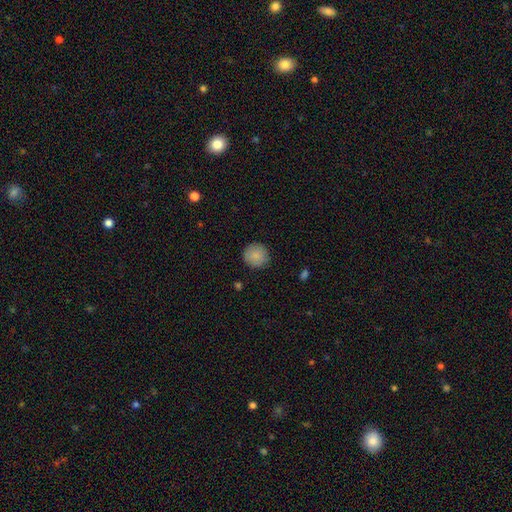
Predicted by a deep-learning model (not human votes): The model was most divided on "smooth or featured": smooth: 87%, star or artifact: 7%, featured or disk: 6%. More confident: how rounded — round (94%); merging — none (89%).